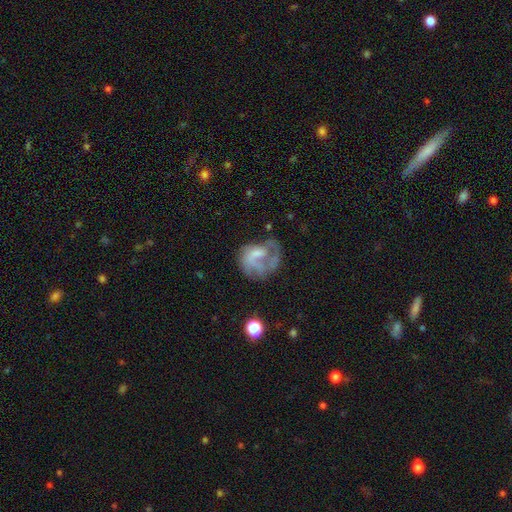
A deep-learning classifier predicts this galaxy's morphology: Q: Smooth or featured?
A: featured or disk (56%); runner-up: smooth (34%)
Q: Edge-on disk?
A: no (98%); runner-up: yes (2%)
Q: Bar?
A: no (66%); runner-up: weak (27%)
Q: Spiral arms?
A: no (51%); runner-up: yes (49%)
Q: Bulge size?
A: none (48%); runner-up: moderate (23%)
Q: Merging?
A: major disturbance (39%); runner-up: none (34%)